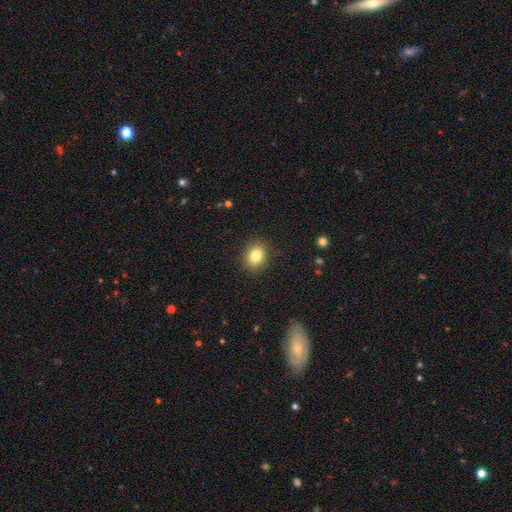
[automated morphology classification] This is clearly a smooth galaxy (83%). How rounded: likely round (60%). Merging: clearly none (88%).